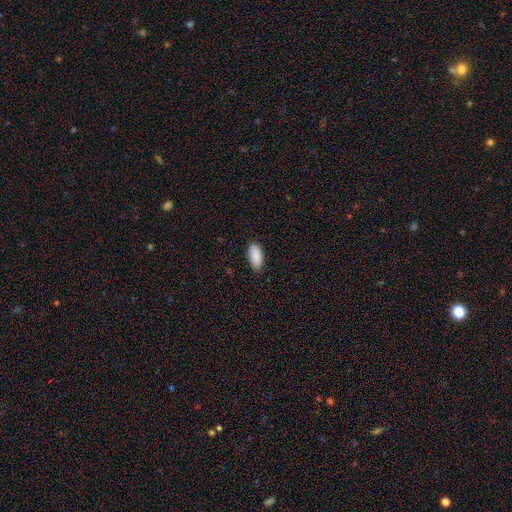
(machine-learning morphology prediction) Smooth or featured? Predicted: smooth (p=0.90). How rounded? Predicted: in between (p=0.89). Merging? Predicted: none (p=0.88).